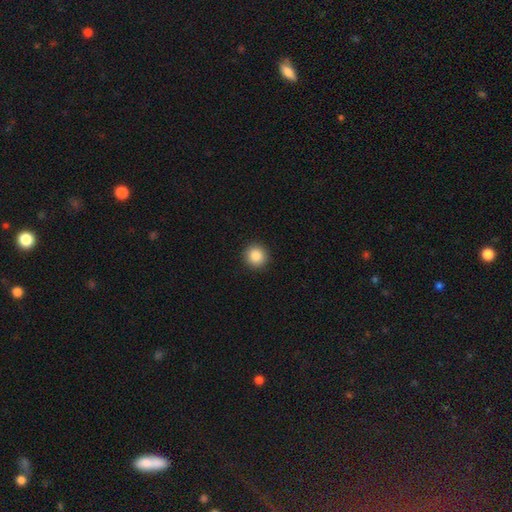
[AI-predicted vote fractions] A smooth galaxy with no disk features (87%) that is round (94%). Merging: none (93%).